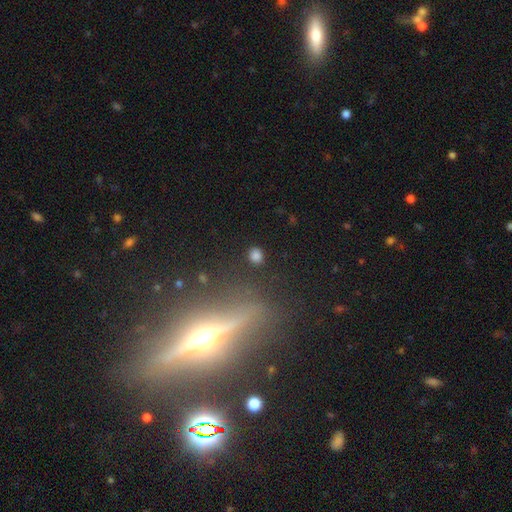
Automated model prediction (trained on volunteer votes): A smooth galaxy with no disk features (81%) that is round (71%). Merging: none (87%).